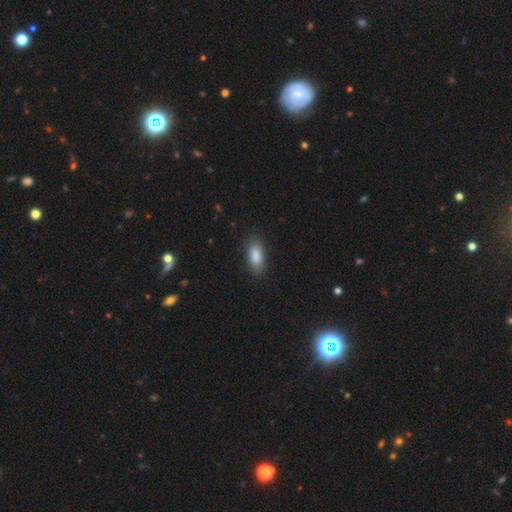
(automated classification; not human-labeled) smooth_or_featured: smooth (p=0.87) [alt: star or artifact p=0.07]
how_rounded: in between (p=0.86) [alt: cigar-shaped p=0.11]
merging: none (p=0.83) [alt: minor disturbance p=0.12]